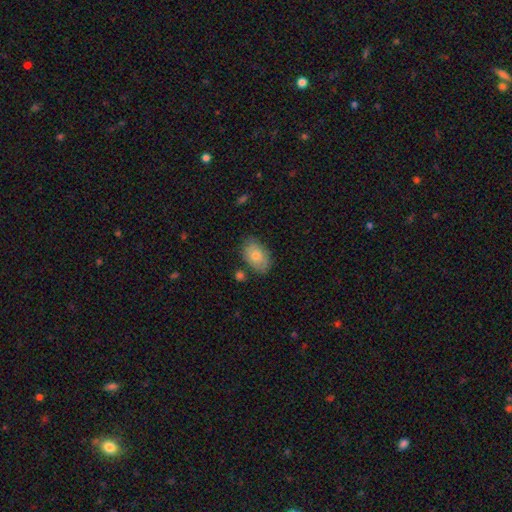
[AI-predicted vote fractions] A smooth galaxy with no disk features (74%) that is in between round and cigar-shaped (89%).

Vote fractions:
- Smooth or featured? smooth: 74% / featured or disk: 19% / star or artifact: 7%
- How rounded? in between: 89% / round: 10% / cigar-shaped: 1%
- Merging? none: 74% / minor disturbance: 18% / merger: 4% / major disturbance: 4%